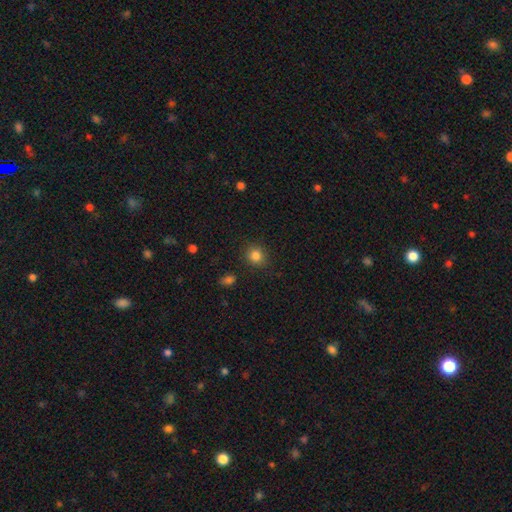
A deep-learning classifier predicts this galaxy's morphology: type=smooth (84%); roundness=round (84%); merging=none (87%).